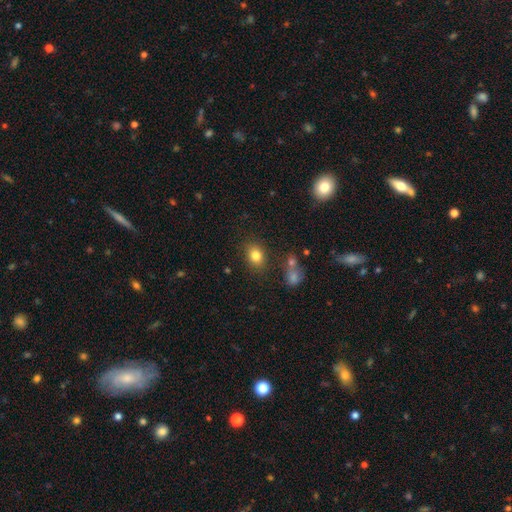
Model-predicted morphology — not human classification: The model was most divided on "how rounded": in between: 56%, round: 43%, cigar-shaped: 1%. More confident: smooth or featured — smooth (81%); merging — none (80%).